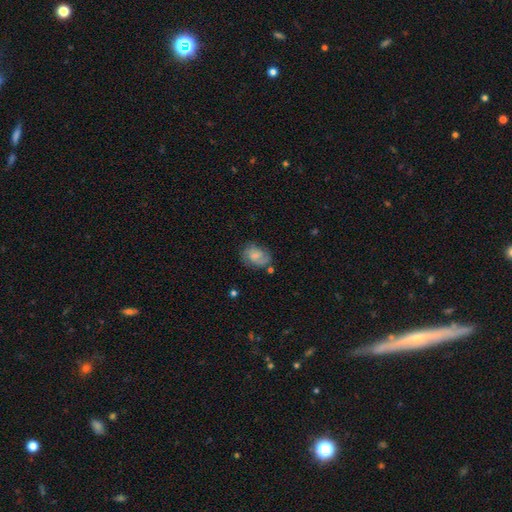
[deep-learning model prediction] smooth 48%, featured or disk 43%, star or artifact 9%. Down the decision tree: merging — none (60%).